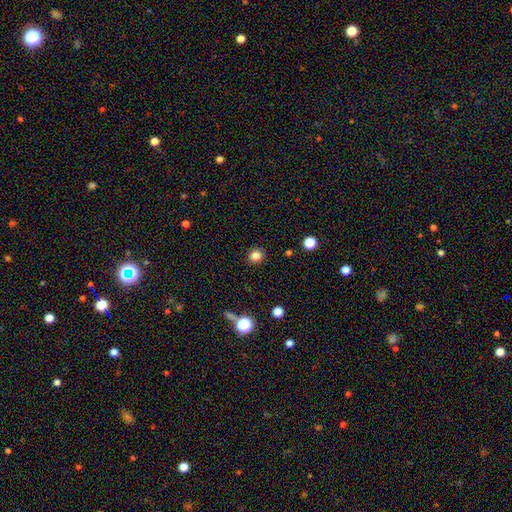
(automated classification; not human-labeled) A smooth galaxy with no disk features (82%) that is round (92%).

Vote fractions:
- Smooth or featured? smooth: 82% / star or artifact: 13% / featured or disk: 5%
- How rounded? round: 92% / in between: 7% / cigar-shaped: 1%
- Merging? none: 91% / minor disturbance: 6% / major disturbance: 2% / merger: 1%